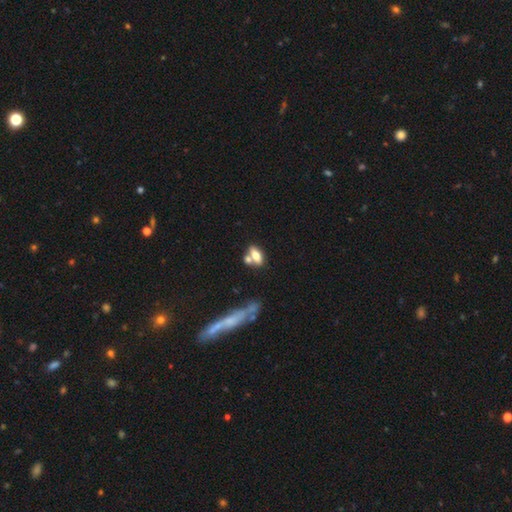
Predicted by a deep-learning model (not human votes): Smooth or featured? smooth (65%)
How rounded? in between (78%)
Merging? none (52%)